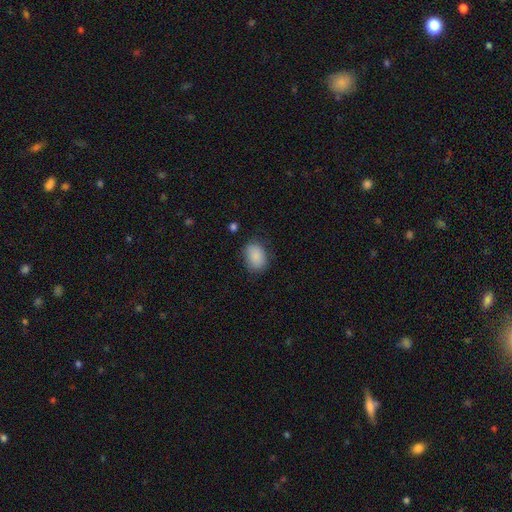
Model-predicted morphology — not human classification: This is clearly a smooth galaxy (87%). How rounded: likely in between (77%). Merging: likely none (75%).